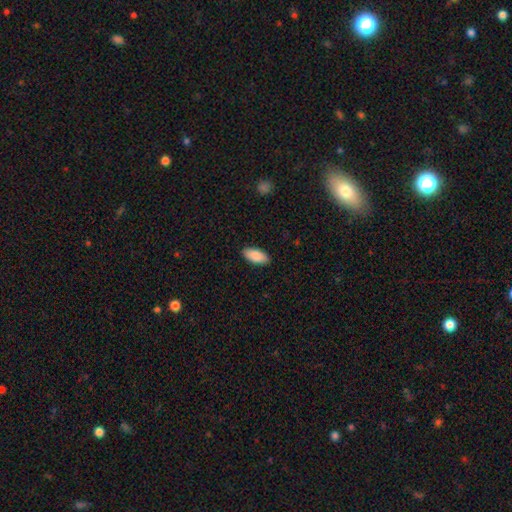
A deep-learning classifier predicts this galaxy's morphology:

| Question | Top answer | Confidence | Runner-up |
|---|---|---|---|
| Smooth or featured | smooth | 88% | star or artifact (6%) |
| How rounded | in between | 90% | cigar-shaped (8%) |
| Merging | none | 89% | minor disturbance (8%) |